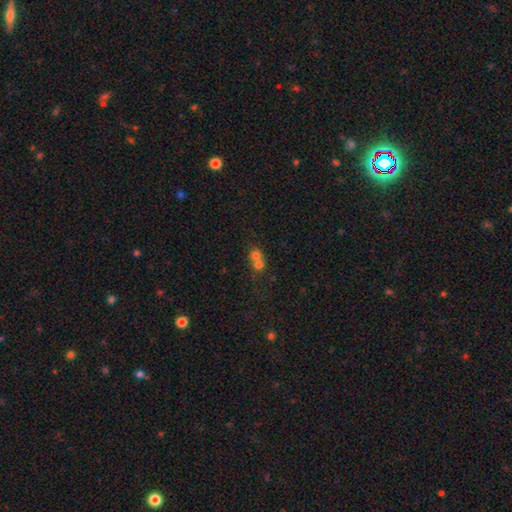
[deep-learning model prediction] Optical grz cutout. It shows a smooth galaxy with no disk features (71%) that is round (81%). Merging: merger (68%).